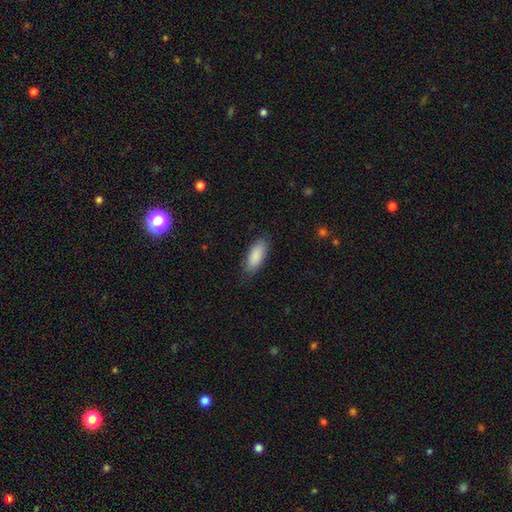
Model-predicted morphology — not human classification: smooth 89%, featured or disk 6%, star or artifact 6%. Down the decision tree: how rounded — in between (79%); merging — none (81%).